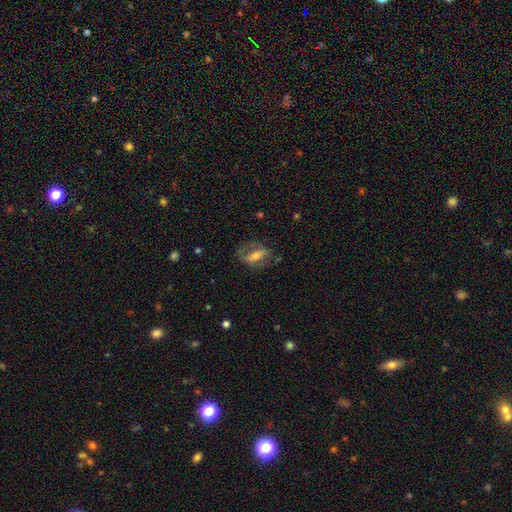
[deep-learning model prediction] Morphology: type=featured or disk (53%); edge-on=no (81%); merging=none (61%).